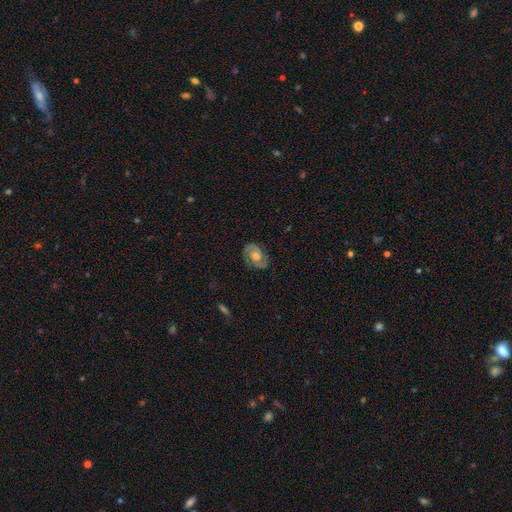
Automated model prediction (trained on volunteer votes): featured or disk 74%, smooth 19%, star or artifact 7%. Down the decision tree: edge-on disk — no (96%); bar — no (64%); spiral arms — yes (87%); spiral arm count — 2 (86%); spiral winding — tight (45%); bulge size — moderate (59%); merging — none (81%).